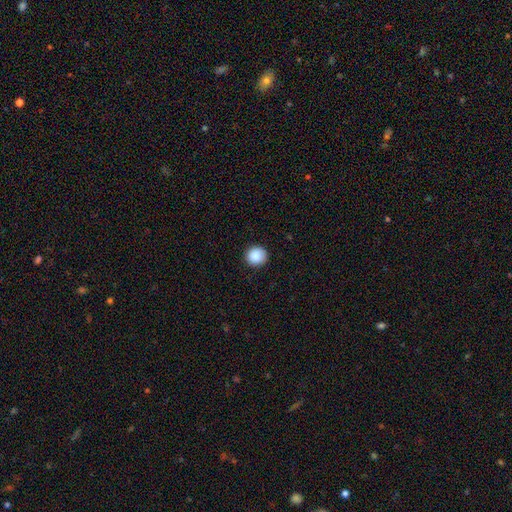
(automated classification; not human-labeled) The model was most divided on "smooth or featured": smooth: 89%, star or artifact: 8%, featured or disk: 3%. More confident: how rounded — round (92%); merging — none (90%).